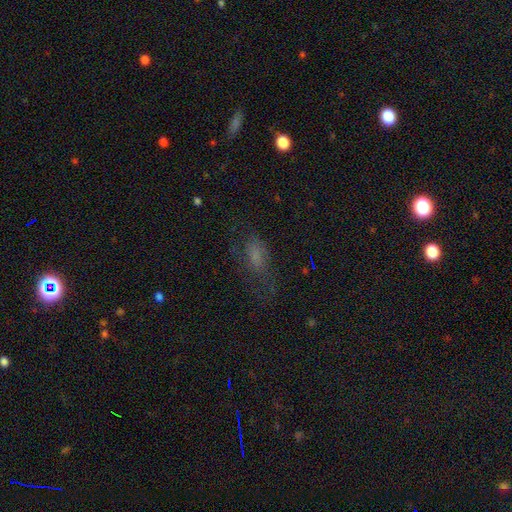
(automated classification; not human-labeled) smooth_or_featured: smooth (p=0.58) [alt: featured or disk p=0.24]
how_rounded: in between (p=0.80) [alt: cigar-shaped p=0.14]
merging: none (p=0.48) [alt: major disturbance p=0.27]